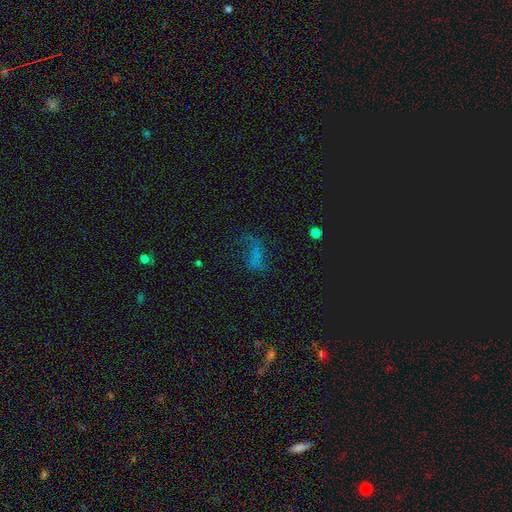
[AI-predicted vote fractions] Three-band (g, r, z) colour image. It shows a featured or disk galaxy (40%). Merging: none (43%).